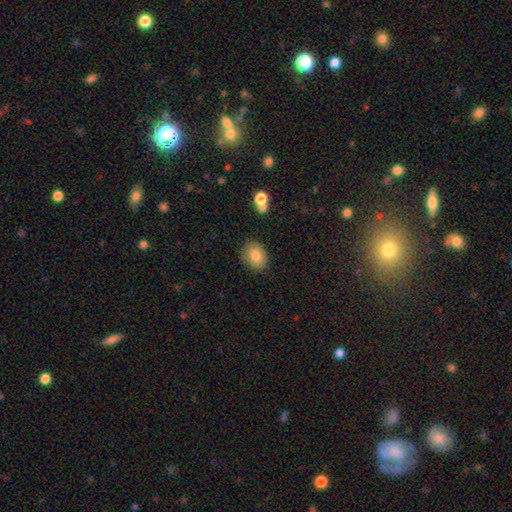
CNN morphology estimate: smooth-or-featured: smooth: 82% | featured or disk: 9% | star or artifact: 8%
  how-rounded: in between: 61% | round: 38% | cigar-shaped: 1%
  merging: none: 82% | minor disturbance: 12% | major disturbance: 3% | merger: 3%